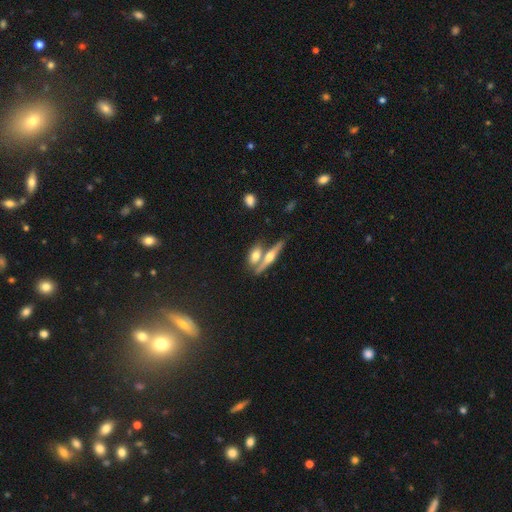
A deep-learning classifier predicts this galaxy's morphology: smooth-or-featured: smooth: 48% | featured or disk: 44% | star or artifact: 8%
  merging: none: 49% | merger: 38% | minor disturbance: 10% | major disturbance: 4%